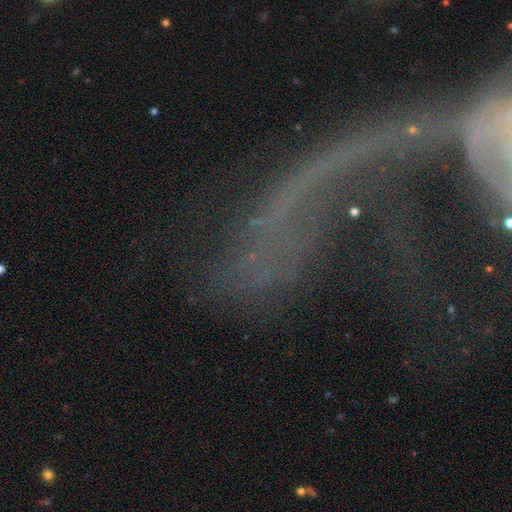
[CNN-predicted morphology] A featured or disk galaxy (53%). Merging: major disturbance (35%).